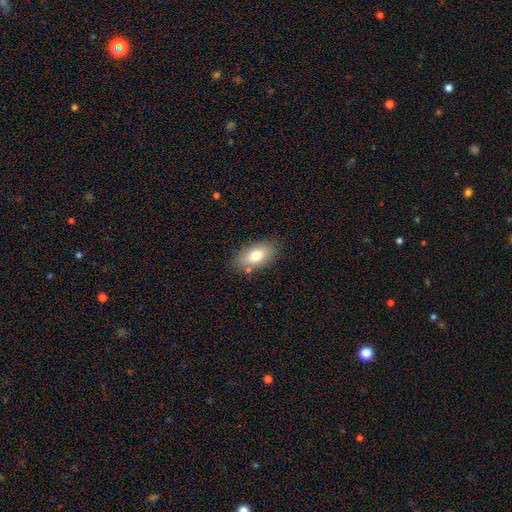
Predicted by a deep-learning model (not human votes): The model was most divided on "smooth or featured": smooth: 77%, featured or disk: 15%, star or artifact: 8%. More confident: how rounded — in between (91%); merging — none (80%).